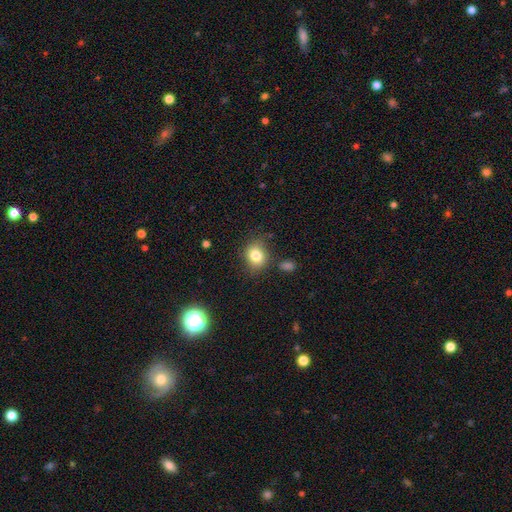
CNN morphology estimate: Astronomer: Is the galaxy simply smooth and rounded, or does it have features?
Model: smooth — 80%.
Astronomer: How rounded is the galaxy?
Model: round — 61% (runner-up: in between, 38%).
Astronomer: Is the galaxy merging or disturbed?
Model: none — 76%.